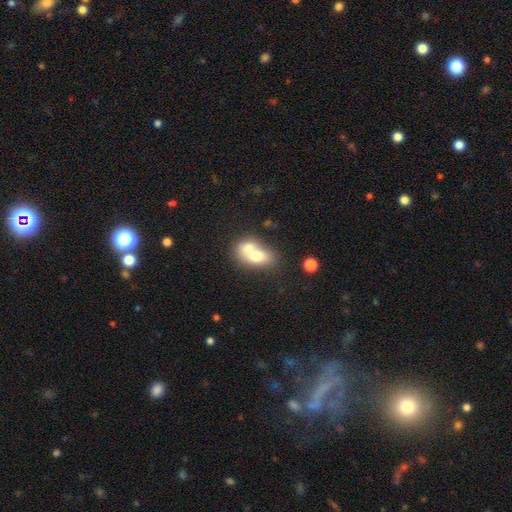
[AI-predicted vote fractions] smooth_or_featured: smooth (p=0.68) [alt: featured or disk p=0.23]
how_rounded: in between (p=0.68) [alt: round p=0.31]
merging: merger (p=0.68) [alt: none p=0.21]